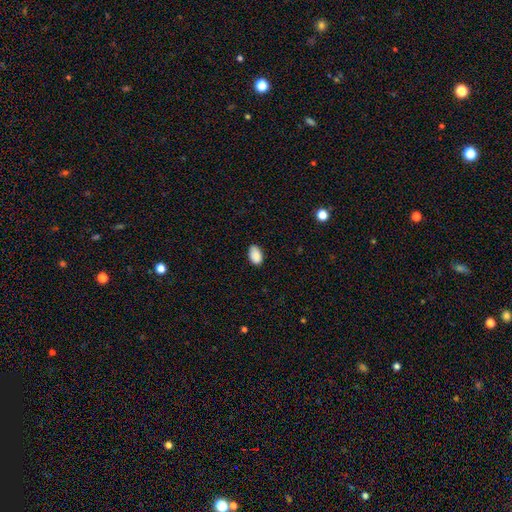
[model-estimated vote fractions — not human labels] smooth_or_featured: smooth (p=0.89) [alt: star or artifact p=0.08]
how_rounded: in between (p=0.91) [alt: round p=0.08]
merging: none (p=0.80) [alt: minor disturbance p=0.17]